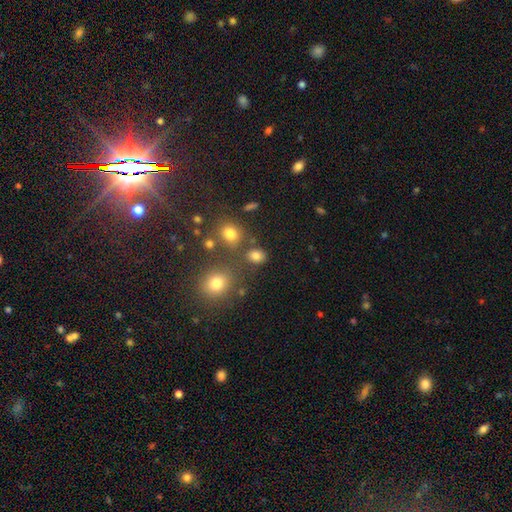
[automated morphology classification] smooth_or_featured: smooth (p=0.78) [alt: star or artifact p=0.15]
how_rounded: round (p=0.53) [alt: in between p=0.45]
merging: none (p=0.72) [alt: merger p=0.12]